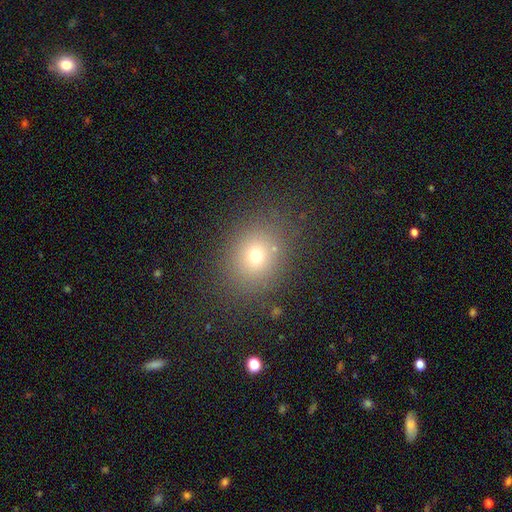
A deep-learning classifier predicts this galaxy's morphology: Smooth or featured: smooth — 69% (star or artifact — 19%)
How rounded: round — 62% (in between — 37%)
Merging: none — 83% (minor disturbance — 10%)